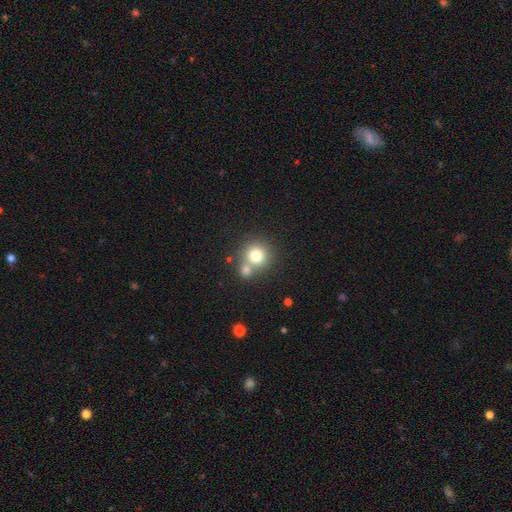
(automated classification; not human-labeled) smooth-or-featured: smooth: 77% | star or artifact: 12% | featured or disk: 11%
  how-rounded: round: 90% | in between: 9% | cigar-shaped: 1%
  merging: none: 54% | merger: 35% | minor disturbance: 8% | major disturbance: 3%